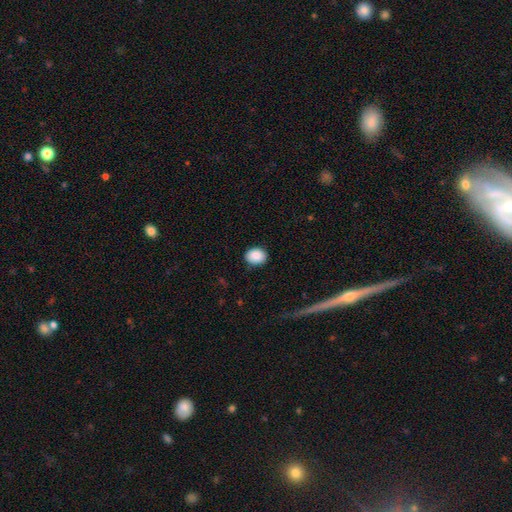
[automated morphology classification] Overall: smooth (90%). How rounded: in between (54%; round 45%). Merging: none (88%).